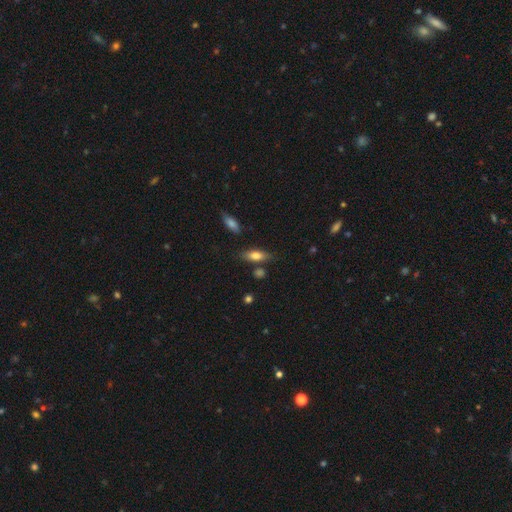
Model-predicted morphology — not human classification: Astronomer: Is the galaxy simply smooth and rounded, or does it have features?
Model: smooth — 75%.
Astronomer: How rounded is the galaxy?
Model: in between — 70%.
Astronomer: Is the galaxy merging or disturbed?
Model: none — 74%.